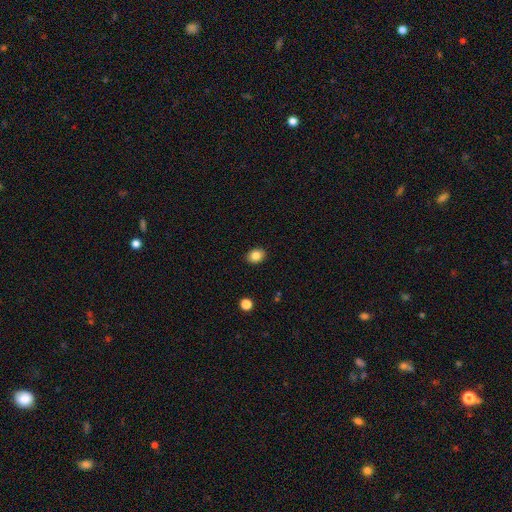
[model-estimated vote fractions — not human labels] Smooth or featured: smooth — 85% (star or artifact — 10%)
How rounded: in between — 56% (round — 43%)
Merging: none — 90% (minor disturbance — 7%)